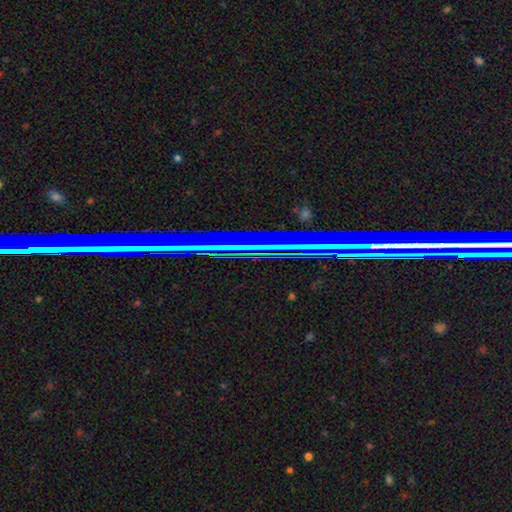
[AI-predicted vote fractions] smooth_or_featured: star or artifact (p=0.77) [alt: featured or disk p=0.14]